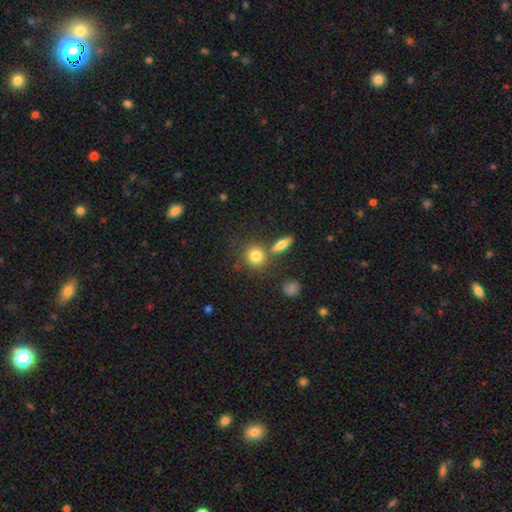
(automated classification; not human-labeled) Q: Smooth or featured?
A: smooth (81%); runner-up: star or artifact (10%)
Q: How rounded?
A: round (82%); runner-up: in between (16%)
Q: Merging?
A: none (67%); runner-up: merger (18%)